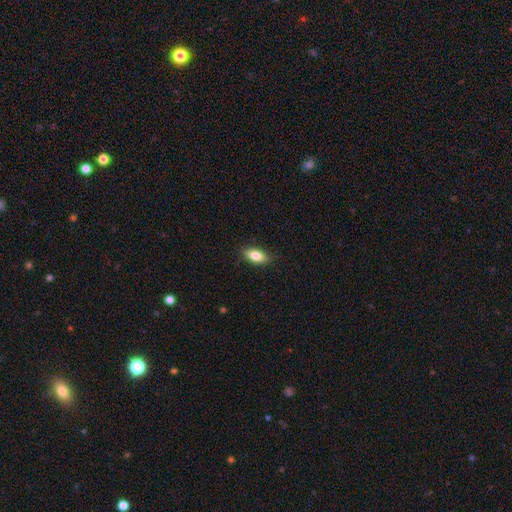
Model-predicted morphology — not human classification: Smooth or featured?
  - smooth: 80% *
  - featured or disk: 12%
  - star or artifact: 7%
How rounded?
  - in between: 84% *
  - cigar-shaped: 12%
  - round: 4%
Merging?
  - none: 87% *
  - minor disturbance: 10%
  - major disturbance: 2%
  - merger: 1%